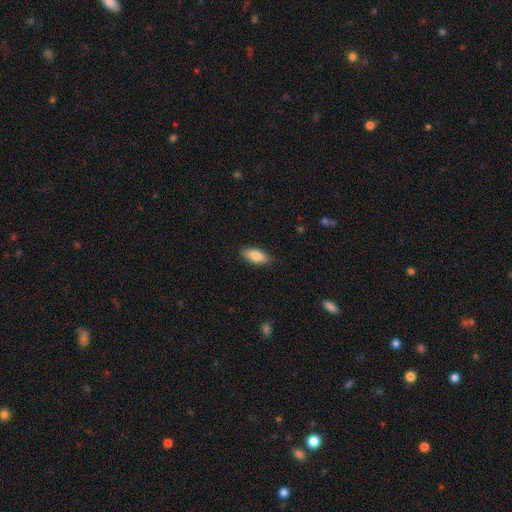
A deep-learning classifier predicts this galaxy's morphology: A smooth galaxy with no disk features (85%) that is in between round and cigar-shaped (82%). Merging: none (86%).